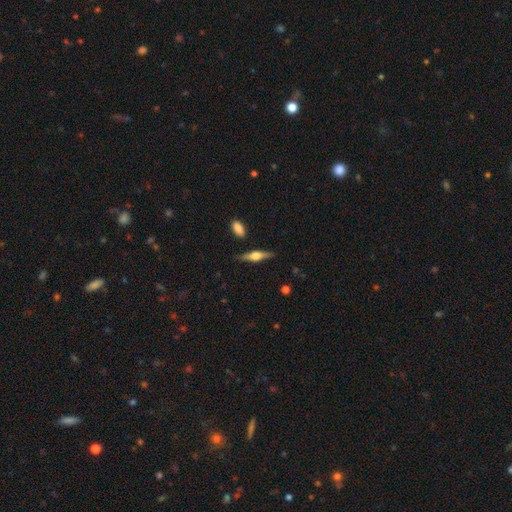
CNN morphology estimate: Q: Smooth or featured?
A: featured or disk (66%); runner-up: smooth (28%)
Q: Edge-on disk?
A: yes (96%); runner-up: no (4%)
Q: Edge-on bulge?
A: rounded (90%); runner-up: boxy (8%)
Q: Merging?
A: none (83%); runner-up: minor disturbance (11%)